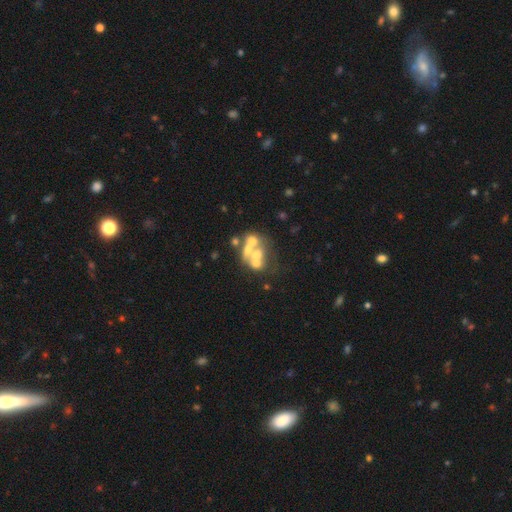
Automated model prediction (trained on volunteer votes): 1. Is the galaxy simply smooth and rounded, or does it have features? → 52% featured or disk, 30% smooth, 18% star or artifact.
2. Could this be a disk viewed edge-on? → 98% no, 2% yes.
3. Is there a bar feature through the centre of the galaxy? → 94% no, 3% weak, 2% strong.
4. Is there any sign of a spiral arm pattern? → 97% no, 3% yes.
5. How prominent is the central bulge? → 48% none, 29% moderate, 12% small, 7% large, 4% dominant.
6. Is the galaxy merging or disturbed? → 54% merger, 26% none, 11% major disturbance, 9% minor disturbance.